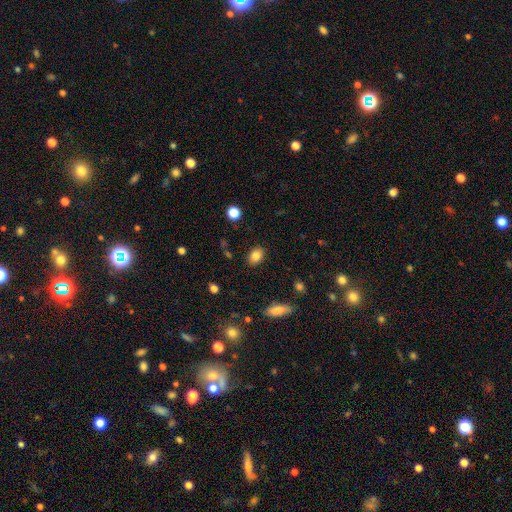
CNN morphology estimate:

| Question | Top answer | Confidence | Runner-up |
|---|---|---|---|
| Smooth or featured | smooth | 84% | star or artifact (9%) |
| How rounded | in between | 77% | round (21%) |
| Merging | none | 87% | minor disturbance (9%) |